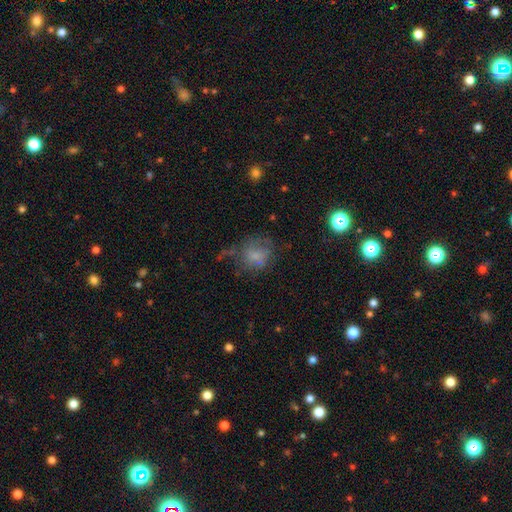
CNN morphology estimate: smooth-or-featured: smooth: 57% | featured or disk: 29% | star or artifact: 14%
  how-rounded: round: 68% | in between: 31% | cigar-shaped: 1%
  merging: none: 44% | major disturbance: 27% | minor disturbance: 24% | merger: 4%